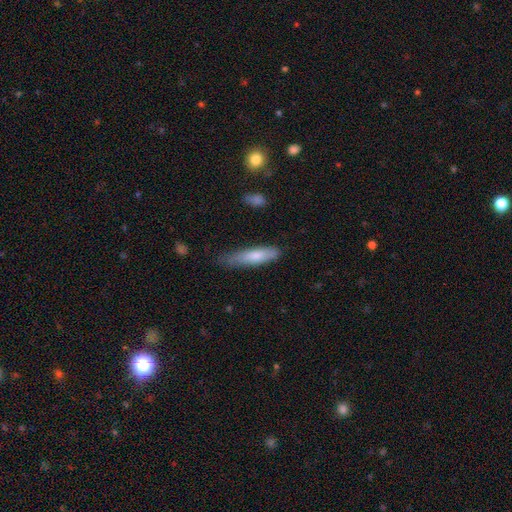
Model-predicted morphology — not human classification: smooth-or-featured: smooth: 73% | featured or disk: 21% | star or artifact: 6%
  how-rounded: cigar-shaped: 75% | in between: 24% | round: 2%
  merging: none: 60% | minor disturbance: 31% | major disturbance: 7% | merger: 2%